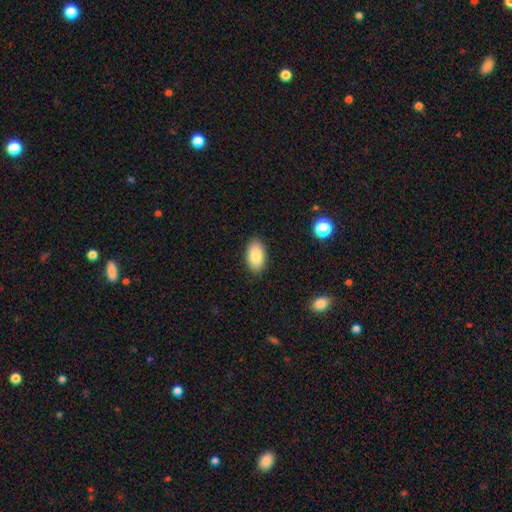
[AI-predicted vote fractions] A smooth galaxy with no disk features (86%) that is in between round and cigar-shaped (94%).

Vote fractions:
- Smooth or featured? smooth: 86% / star or artifact: 7% / featured or disk: 7%
- How rounded? in between: 94% / round: 4% / cigar-shaped: 1%
- Merging? none: 88% / minor disturbance: 8% / major disturbance: 2% / merger: 1%